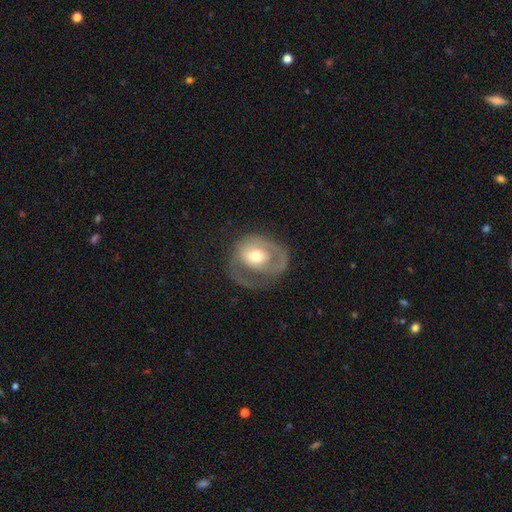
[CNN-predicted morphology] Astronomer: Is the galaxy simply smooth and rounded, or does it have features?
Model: featured or disk — 57% (runner-up: smooth, 37%).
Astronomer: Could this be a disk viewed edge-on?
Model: no — 95%.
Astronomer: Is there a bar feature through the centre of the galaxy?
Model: no — 70%.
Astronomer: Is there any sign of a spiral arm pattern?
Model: yes — 56% (runner-up: no, 44%).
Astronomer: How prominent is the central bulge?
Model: moderate — 64%.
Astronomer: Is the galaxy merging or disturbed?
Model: major disturbance — 39% (runner-up: none, 35%).